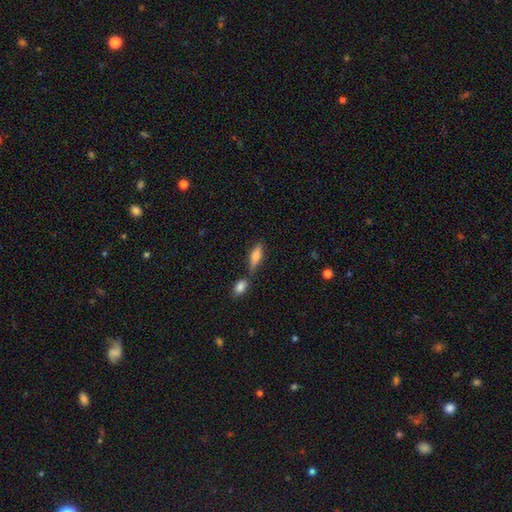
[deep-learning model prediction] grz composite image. It shows a smooth galaxy with no disk features (61%) that is in between round and cigar-shaped (54%). Merging: none (63%).